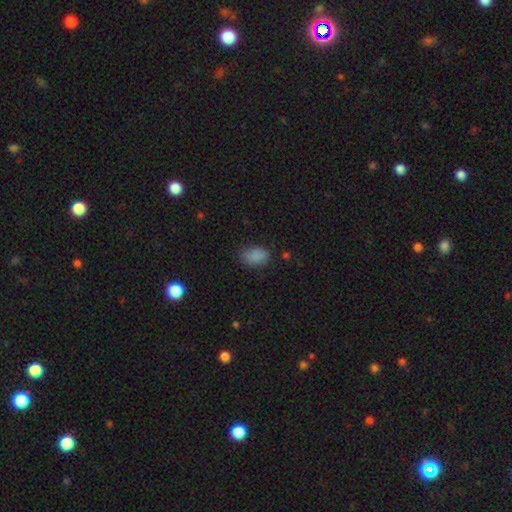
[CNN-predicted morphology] Smooth or featured? smooth (86%)
How rounded? in between (86%)
Merging? none (77%)